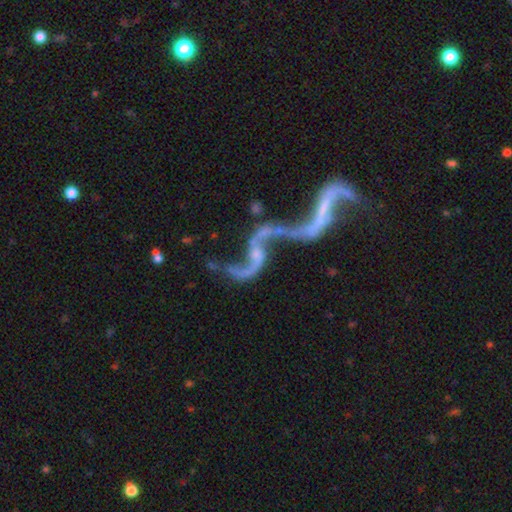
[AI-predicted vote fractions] A featured or disk galaxy (82%) with no bar (57%), 2 (84%) loose (94%) spiral arms (78%) and no central bulge (45%).

Vote fractions:
- Smooth or featured? featured or disk: 82% / star or artifact: 9% / smooth: 9%
- Edge-on disk? no: 94% / yes: 6%
- Bar? no: 57% / weak: 28% / strong: 15%
- Spiral arms? yes: 78% / no: 22%
- Spiral winding? loose: 94% / medium: 4% / tight: 2%
- Spiral arm count? 2: 84% / 1: 9% / can't tell: 3% / 3: 2% / 4: 1% / more than 4: 1%
- Bulge size? none: 45% / small: 37% / moderate: 14% / large: 2% / dominant: 1%
- Merging? merger: 55% / major disturbance: 19% / none: 18% / minor disturbance: 8%